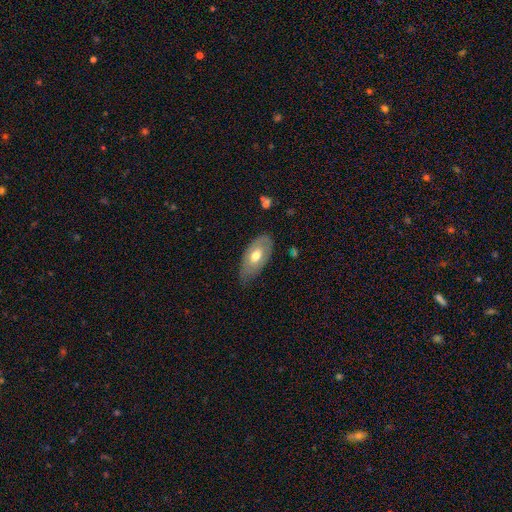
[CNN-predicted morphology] This appears to be a smooth galaxy with no disk features (54%) that is in between round and cigar-shaped (92%). Merging: none (66%).